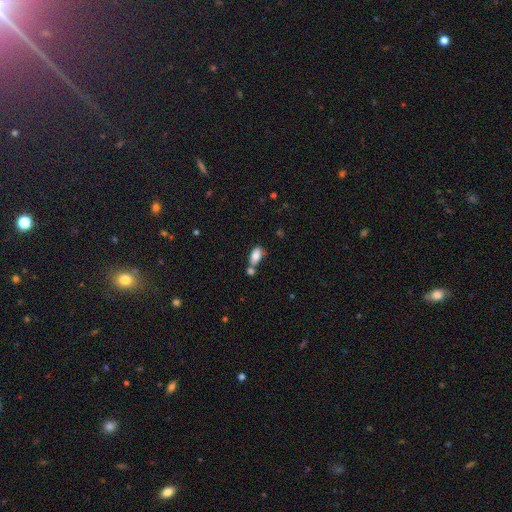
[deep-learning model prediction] This is clearly a smooth galaxy (83%). How rounded: clearly in between (91%). Merging: marginally none (45%).